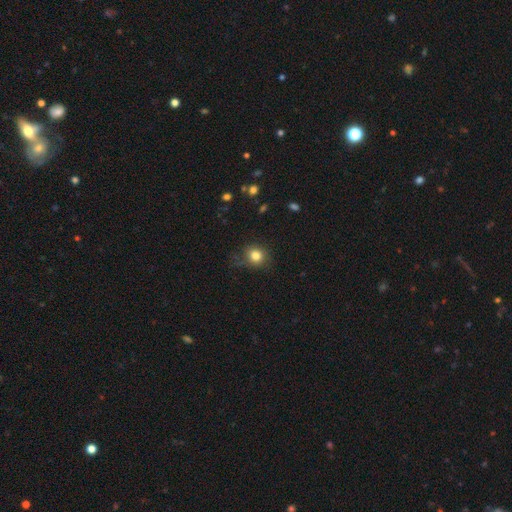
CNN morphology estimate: Smooth or featured?
  - smooth: 81% *
  - star or artifact: 12%
  - featured or disk: 7%
How rounded?
  - round: 80% *
  - in between: 19%
  - cigar-shaped: 1%
Merging?
  - none: 72% *
  - minor disturbance: 19%
  - major disturbance: 7%
  - merger: 2%